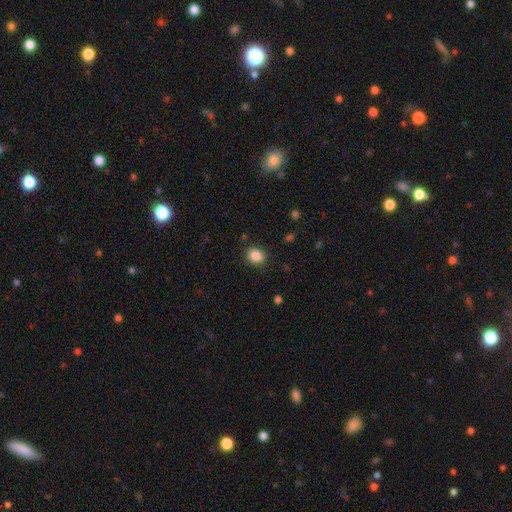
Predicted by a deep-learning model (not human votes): Q: Smooth or featured?
A: smooth (87%); runner-up: star or artifact (10%)
Q: How rounded?
A: round (59%); runner-up: in between (40%)
Q: Merging?
A: none (86%); runner-up: minor disturbance (10%)